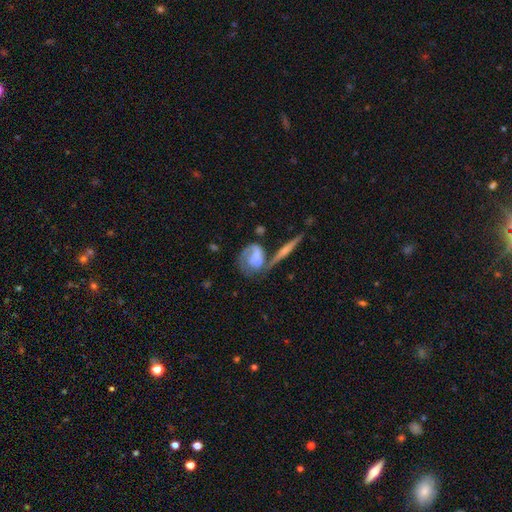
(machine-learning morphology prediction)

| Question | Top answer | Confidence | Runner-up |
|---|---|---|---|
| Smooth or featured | featured or disk | 63% | smooth (30%) |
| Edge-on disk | no | 91% | yes (9%) |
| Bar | no | 64% | weak (27%) |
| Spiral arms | yes | 79% | no (21%) |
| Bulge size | small | 35% | none (28%) |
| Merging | none | 35% | merger (28%) |